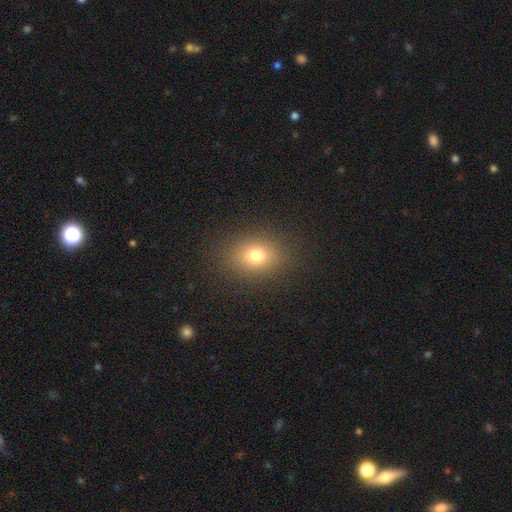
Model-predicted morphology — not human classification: smooth-or-featured: smooth: 75% | star or artifact: 15% | featured or disk: 10%
  how-rounded: in between: 51% | round: 48% | cigar-shaped: 1%
  merging: none: 87% | minor disturbance: 8% | major disturbance: 4% | merger: 1%